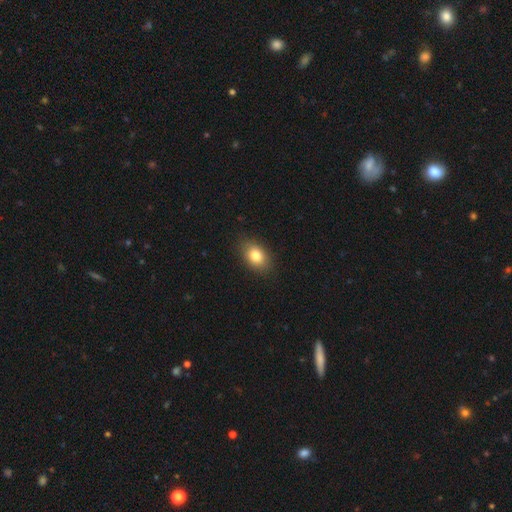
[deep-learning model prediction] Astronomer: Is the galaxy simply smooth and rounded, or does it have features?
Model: smooth — 82%.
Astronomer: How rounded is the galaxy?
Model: in between — 80%.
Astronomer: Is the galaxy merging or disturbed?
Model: none — 86%.